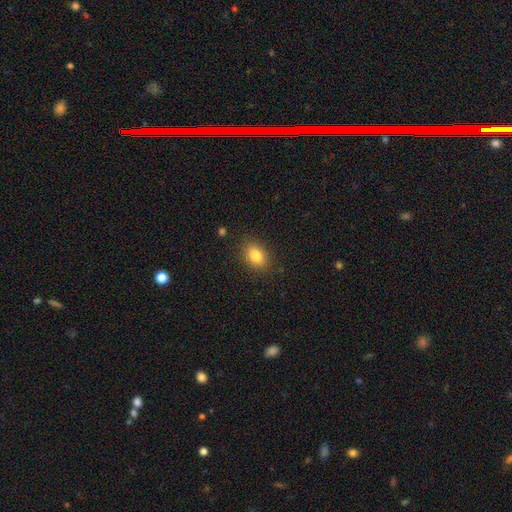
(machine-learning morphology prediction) smooth 83%, star or artifact 9%, featured or disk 7%. Down the decision tree: how rounded — in between (74%); merging — none (86%).